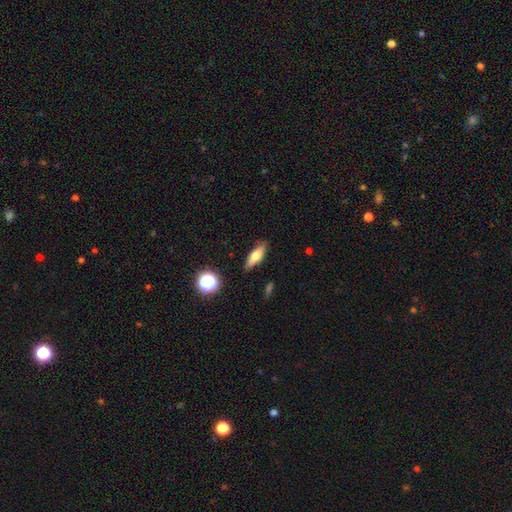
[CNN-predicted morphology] A smooth galaxy with no disk features (67%) that is in between round and cigar-shaped (53%).

Vote fractions:
- Smooth or featured? smooth: 67% / featured or disk: 24% / star or artifact: 9%
- How rounded? in between: 53% / cigar-shaped: 43% / round: 4%
- Merging? none: 85% / minor disturbance: 11% / major disturbance: 2% / merger: 2%